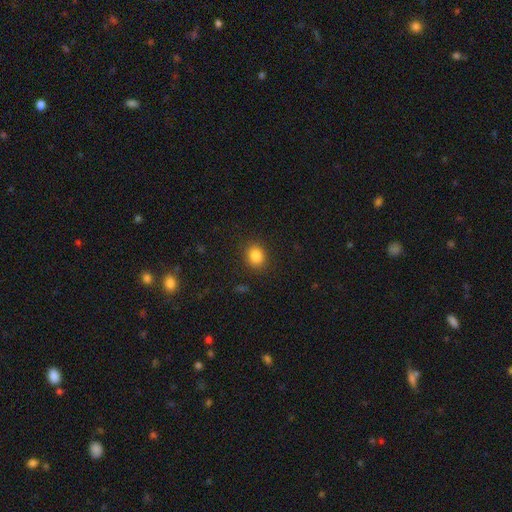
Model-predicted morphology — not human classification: Smooth or featured? Predicted: smooth (p=0.84). How rounded? Predicted: round (p=0.68). Merging? Predicted: none (p=0.88).